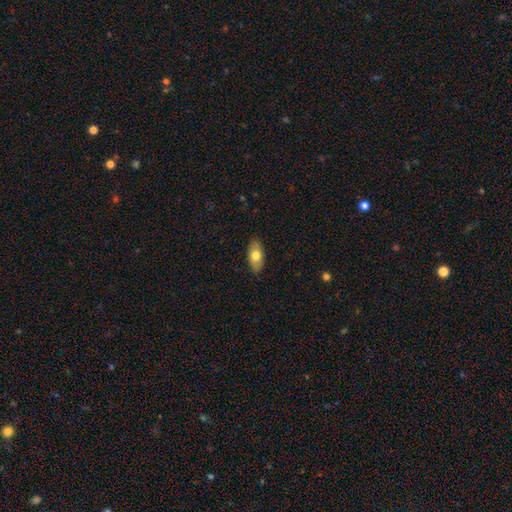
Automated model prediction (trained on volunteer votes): Smooth or featured?
  - smooth: 73% *
  - featured or disk: 21%
  - star or artifact: 6%
How rounded?
  - in between: 90% *
  - cigar-shaped: 6%
  - round: 4%
Merging?
  - none: 87% *
  - minor disturbance: 10%
  - major disturbance: 2%
  - merger: 1%